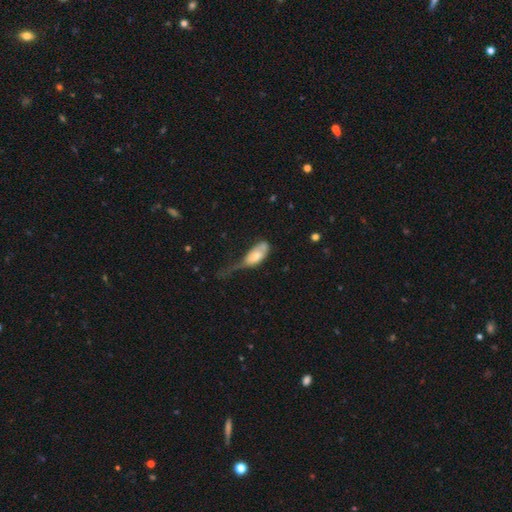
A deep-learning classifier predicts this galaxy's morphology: Smooth or featured? smooth (67%)
How rounded? in between (86%)
Merging? major disturbance (47%)